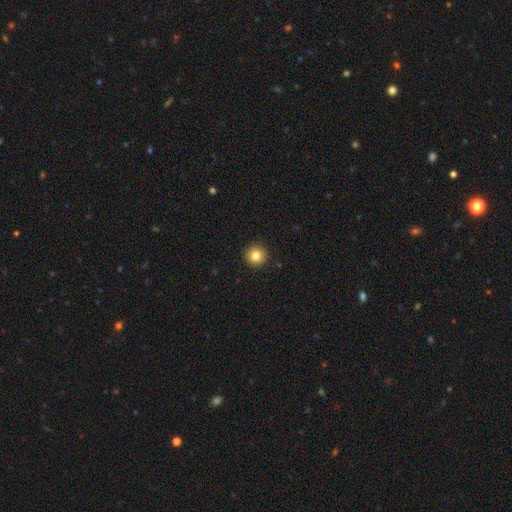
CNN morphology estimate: smooth_or_featured: smooth (p=0.82) [alt: star or artifact p=0.10]
how_rounded: round (p=0.95) [alt: in between p=0.04]
merging: none (p=0.93) [alt: minor disturbance p=0.05]